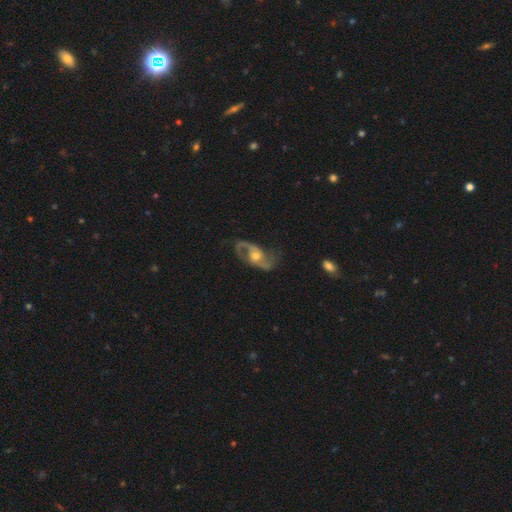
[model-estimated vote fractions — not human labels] A featured or disk galaxy (87%) with no bar (58%), 2 (89%) loose (46%) spiral arms (94%) and a moderate central bulge (62%).

Vote fractions:
- Smooth or featured? featured or disk: 87% / smooth: 8% / star or artifact: 5%
- Edge-on disk? no: 96% / yes: 4%
- Bar? no: 58% / weak: 31% / strong: 10%
- Spiral arms? yes: 94% / no: 6%
- Spiral winding? loose: 46% / medium: 43% / tight: 10%
- Spiral arm count? 2: 89% / 1: 4% / can't tell: 3% / 3: 2% / 4: 1% / more than 4: 1%
- Bulge size? moderate: 62% / small: 29% / large: 6% / none: 2% / dominant: 1%
- Merging? none: 66% / minor disturbance: 17% / major disturbance: 14% / merger: 2%